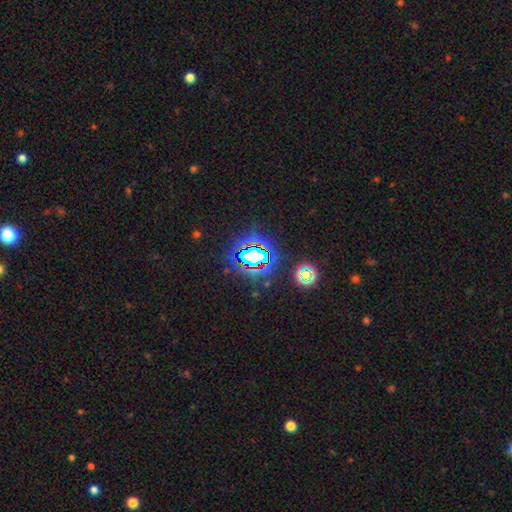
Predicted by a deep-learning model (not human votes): This appears to be a star or artifact, not a galaxy (70%).